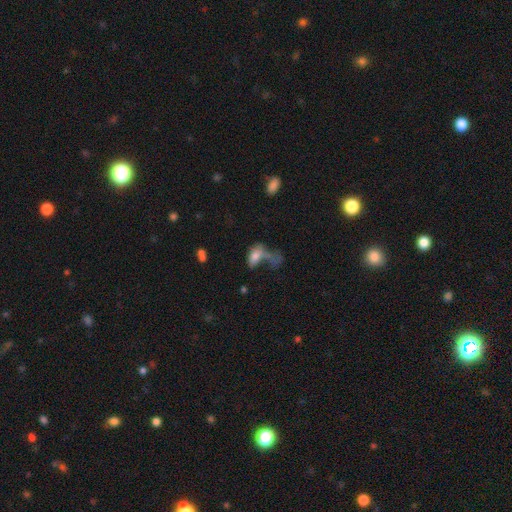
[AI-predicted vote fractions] Q: Smooth or featured?
A: smooth (67%); runner-up: featured or disk (23%)
Q: How rounded?
A: in between (86%); runner-up: round (8%)
Q: Merging?
A: major disturbance (42%); runner-up: merger (26%)